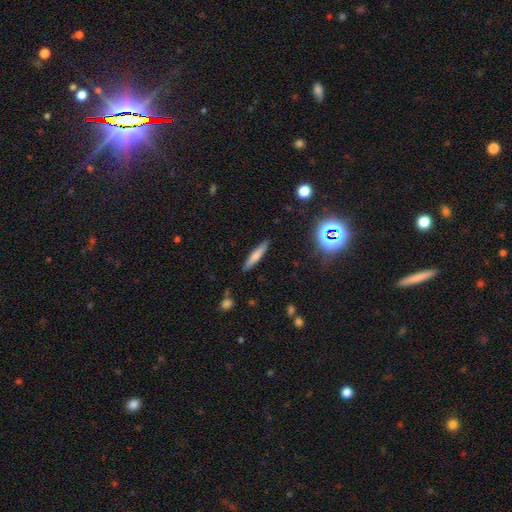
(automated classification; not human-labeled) This is likely a smooth galaxy (69%). How rounded: clearly cigar-shaped (89%). Merging: clearly none (89%).